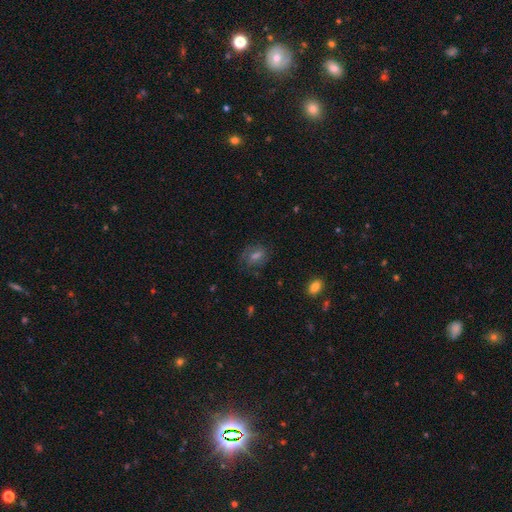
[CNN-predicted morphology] smooth 42%, featured or disk 37%, star or artifact 21%. Down the decision tree: merging — none (75%).